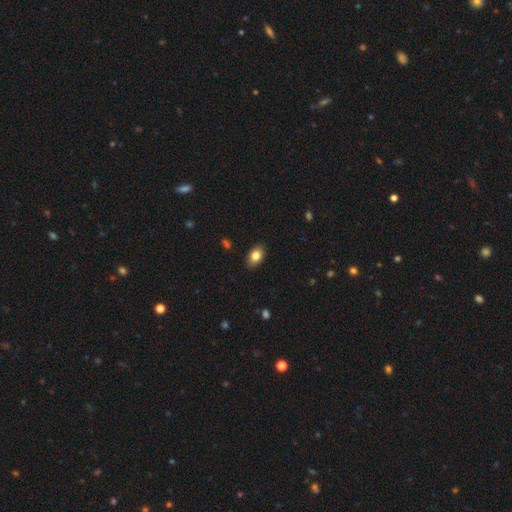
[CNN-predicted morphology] Q: Smooth or featured?
A: smooth (83%); runner-up: star or artifact (8%)
Q: How rounded?
A: in between (84%); runner-up: round (15%)
Q: Merging?
A: none (88%); runner-up: minor disturbance (9%)